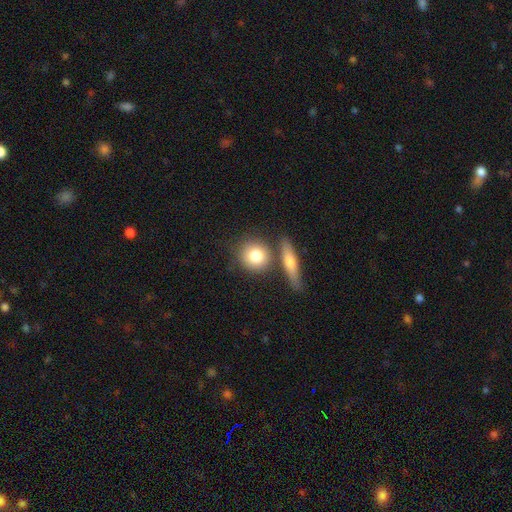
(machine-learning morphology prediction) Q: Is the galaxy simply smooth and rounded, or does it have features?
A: smooth — 78%.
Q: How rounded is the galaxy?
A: round — 80%.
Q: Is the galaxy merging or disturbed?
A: none — 67%.